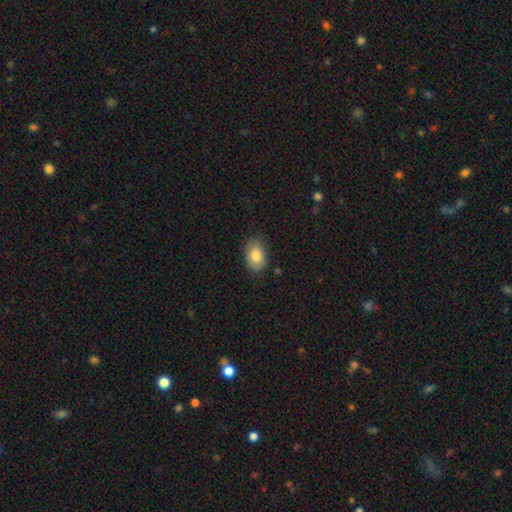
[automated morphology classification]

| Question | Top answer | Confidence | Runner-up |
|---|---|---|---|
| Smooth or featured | smooth | 82% | featured or disk (11%) |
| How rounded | in between | 86% | round (12%) |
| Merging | none | 80% | minor disturbance (15%) |